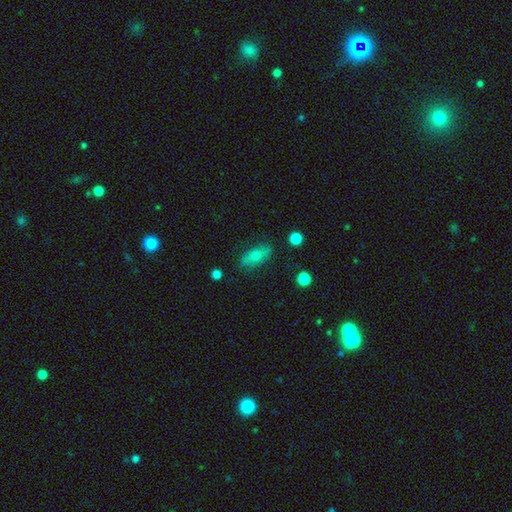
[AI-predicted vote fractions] This appears to be a smooth galaxy with no disk features (62%) that is in between round and cigar-shaped (75%). Merging: none (82%).